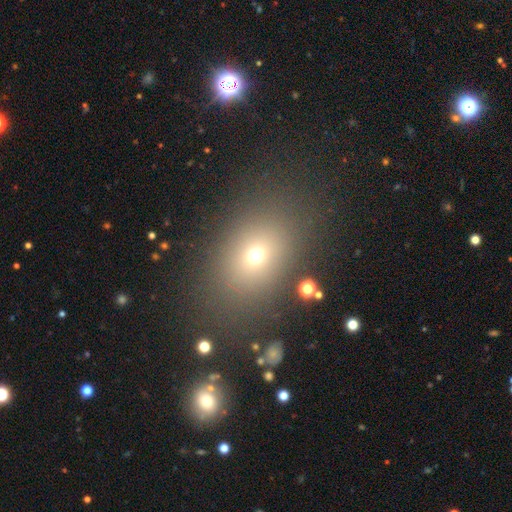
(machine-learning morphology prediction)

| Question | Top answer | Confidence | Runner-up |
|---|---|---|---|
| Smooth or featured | smooth | 66% | star or artifact (21%) |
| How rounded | in between | 63% | round (36%) |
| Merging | none | 81% | minor disturbance (10%) |